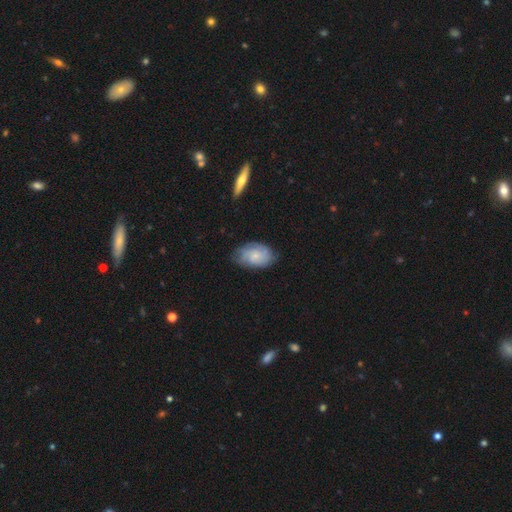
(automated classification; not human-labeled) A featured or disk galaxy (62%) with no bar (75%), tight (58%) spiral arms (90%) and a small central bulge (68%). Merging: none (70%).